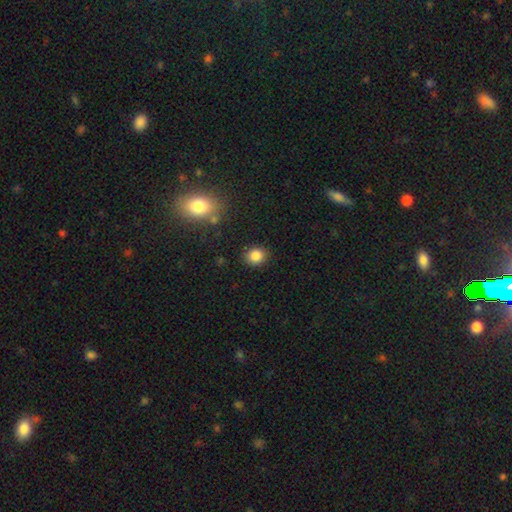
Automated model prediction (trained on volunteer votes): smooth 85%, star or artifact 11%, featured or disk 4%. Down the decision tree: how rounded — round (74%); merging — none (87%).